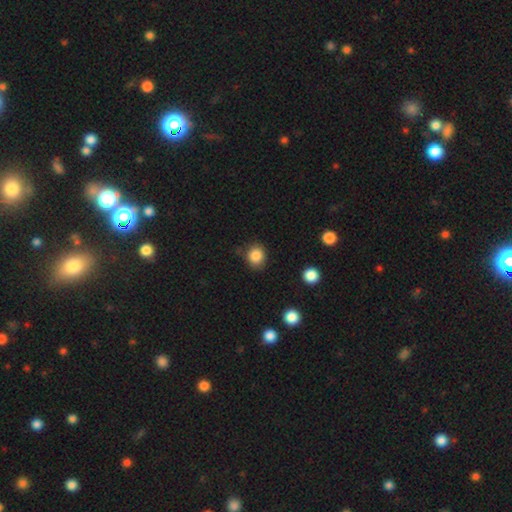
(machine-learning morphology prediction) smooth-or-featured: smooth: 86% | star or artifact: 10% | featured or disk: 4%
  how-rounded: round: 75% | in between: 24% | cigar-shaped: 1%
  merging: none: 79% | minor disturbance: 15% | major disturbance: 4% | merger: 2%